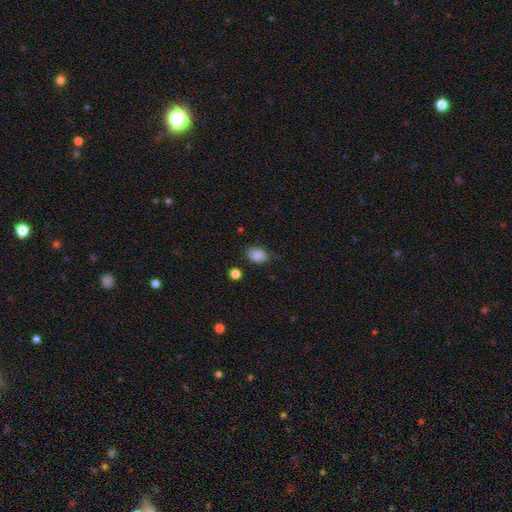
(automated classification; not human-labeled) Morphology: type=smooth (87%); roundness=in between (70%); merging=none (77%).